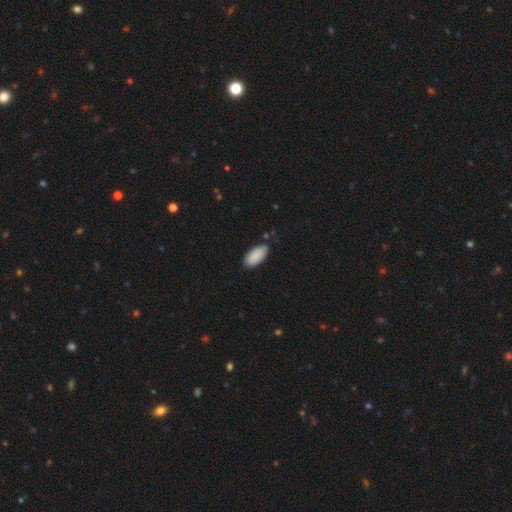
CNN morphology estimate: This is clearly a smooth galaxy (87%). How rounded: clearly in between (93%). Merging: likely none (75%).